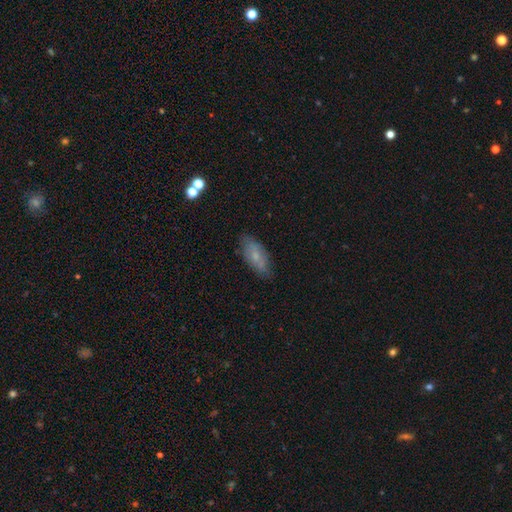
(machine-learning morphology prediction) A smooth galaxy with no disk features (60%) that is in between round and cigar-shaped (84%). Merging: none (77%).